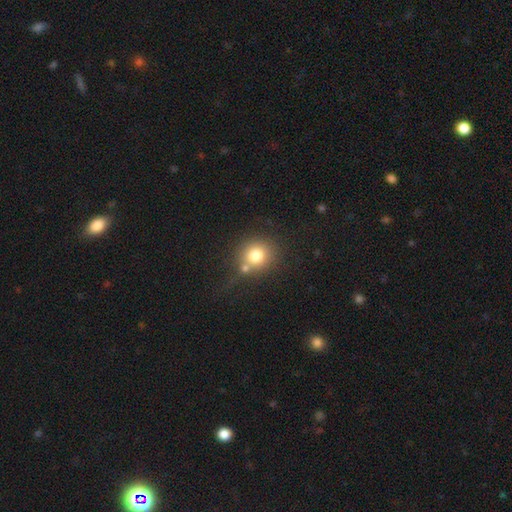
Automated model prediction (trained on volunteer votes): Smooth or featured? Predicted: smooth (p=0.77). How rounded? Predicted: round (p=0.85). Merging? Predicted: none (p=0.57).